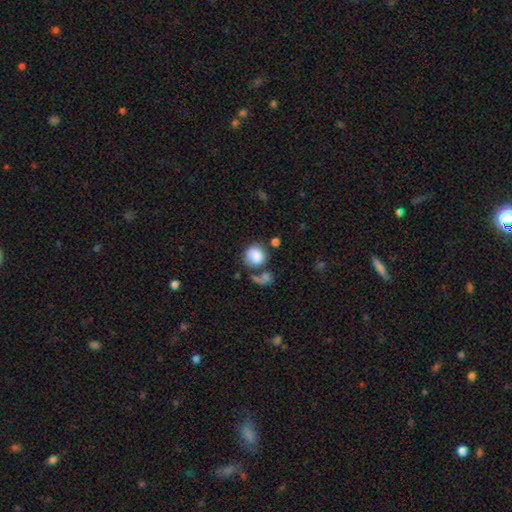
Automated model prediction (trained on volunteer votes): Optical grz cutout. It shows a smooth galaxy with no disk features (80%) that is round (75%). Merging: none (44%).